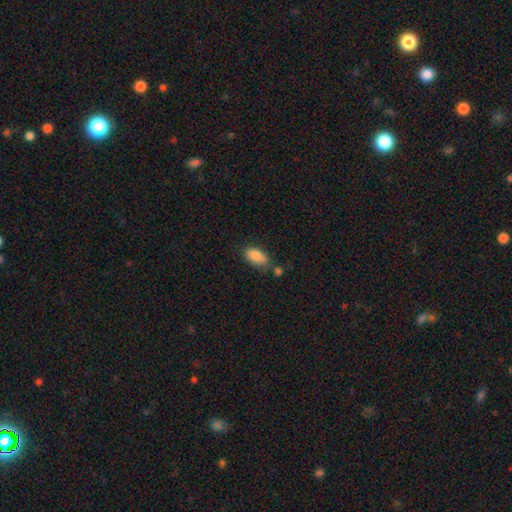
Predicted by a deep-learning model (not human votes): Smooth or featured?
  - smooth: 84% *
  - featured or disk: 8%
  - star or artifact: 7%
How rounded?
  - in between: 92% *
  - round: 5%
  - cigar-shaped: 3%
Merging?
  - none: 68% *
  - minor disturbance: 17%
  - merger: 11%
  - major disturbance: 4%